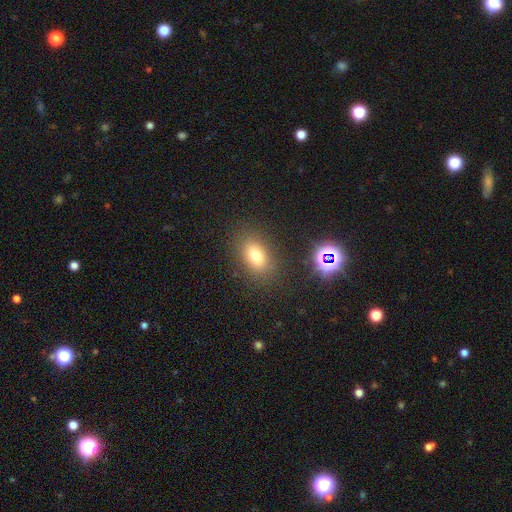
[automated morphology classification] Smooth or featured? Predicted: smooth (p=0.75). How rounded? Predicted: in between (p=0.80). Merging? Predicted: none (p=0.83).